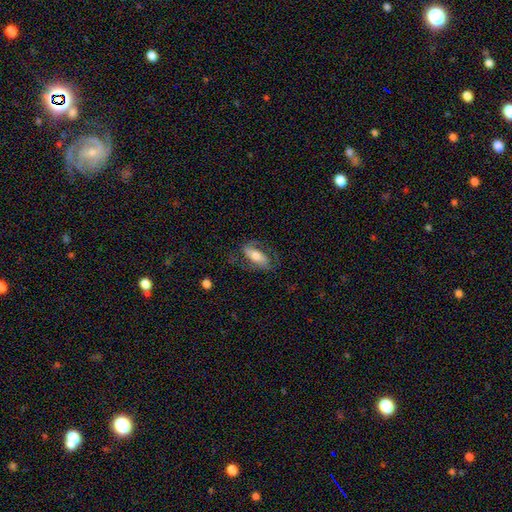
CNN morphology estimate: A featured or disk galaxy (55%).

Vote fractions:
- Smooth or featured? featured or disk: 55% / smooth: 38% / star or artifact: 7%
- Edge-on disk? no: 85% / yes: 15%
- Merging? none: 64% / minor disturbance: 20% / major disturbance: 15% / merger: 2%